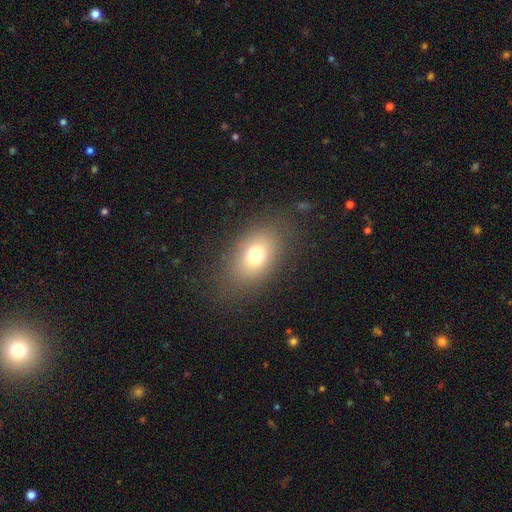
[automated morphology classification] Smooth or featured: smooth — 73% (featured or disk — 14%)
How rounded: in between — 79% (round — 19%)
Merging: none — 80% (minor disturbance — 12%)